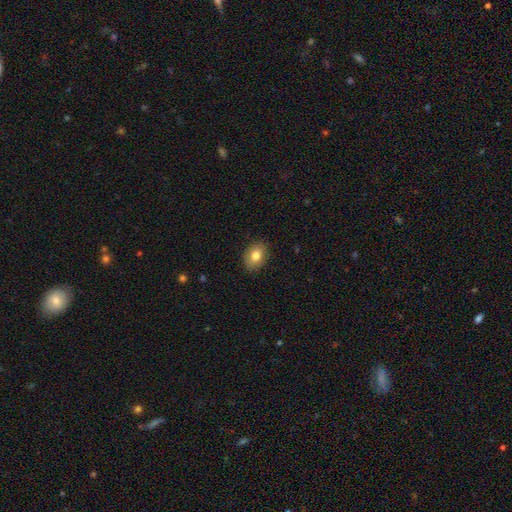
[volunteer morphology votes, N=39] type=smooth (87%); roundness=in between (68%); merging=none (86%).